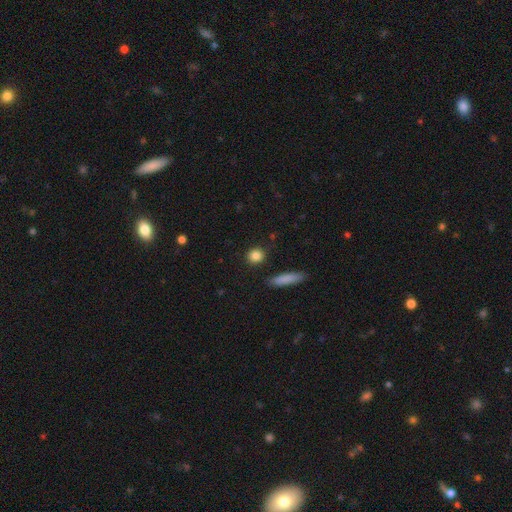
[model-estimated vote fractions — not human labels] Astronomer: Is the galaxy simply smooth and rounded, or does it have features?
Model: smooth — 86%.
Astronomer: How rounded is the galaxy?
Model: round — 78%.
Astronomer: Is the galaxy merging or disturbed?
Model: none — 87%.